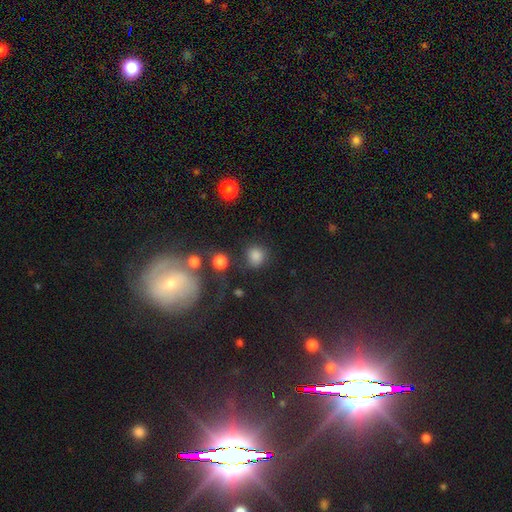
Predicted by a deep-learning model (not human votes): Smooth or featured: smooth — 77% (star or artifact — 15%)
How rounded: round — 88% (in between — 11%)
Merging: none — 75% (minor disturbance — 12%)